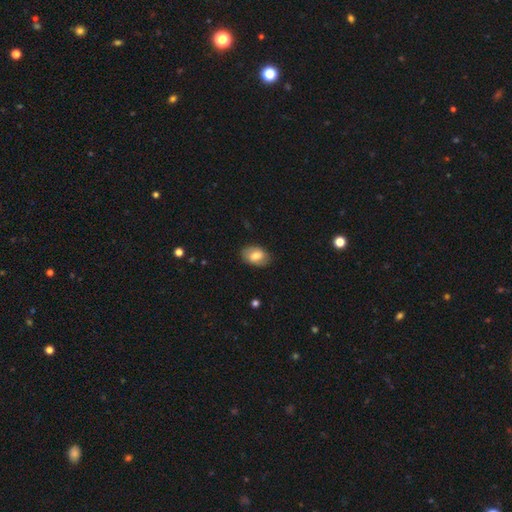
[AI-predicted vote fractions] This appears to be a smooth galaxy with no disk features (74%) that is in between round and cigar-shaped (86%). Merging: none (84%).